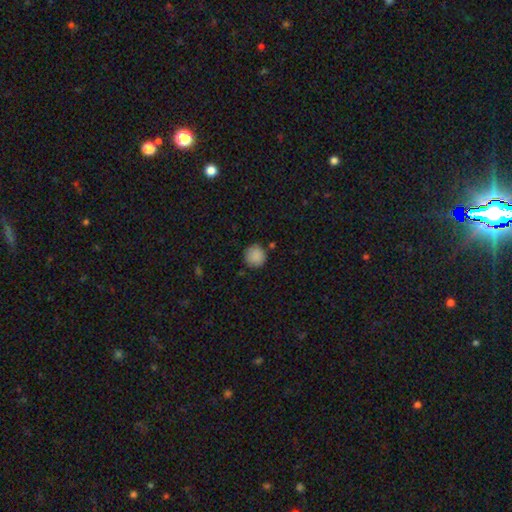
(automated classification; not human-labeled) Smooth or featured: smooth — 89% (star or artifact — 8%)
How rounded: round — 94% (in between — 5%)
Merging: none — 84% (minor disturbance — 11%)